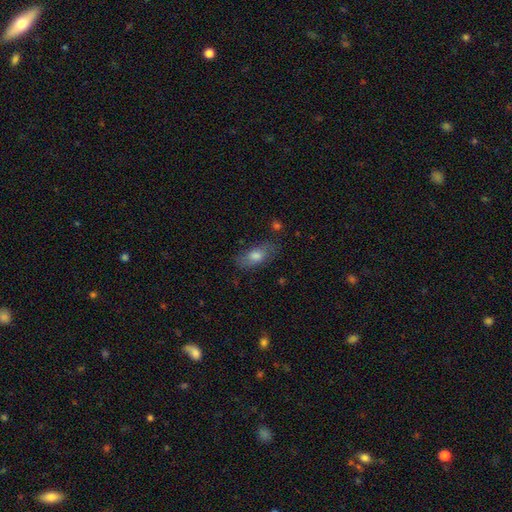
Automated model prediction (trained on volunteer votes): Smooth or featured? Predicted: smooth (p=0.67). How rounded? Predicted: in between (p=0.82). Merging? Predicted: none (p=0.73).